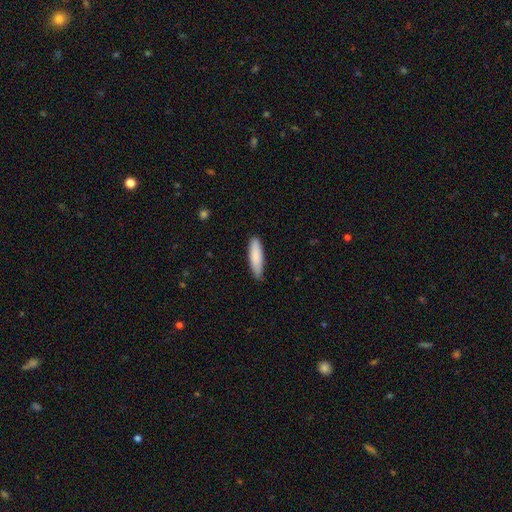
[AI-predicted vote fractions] A smooth galaxy with no disk features (86%) that is cigar-shaped (63%). Merging: none (77%).